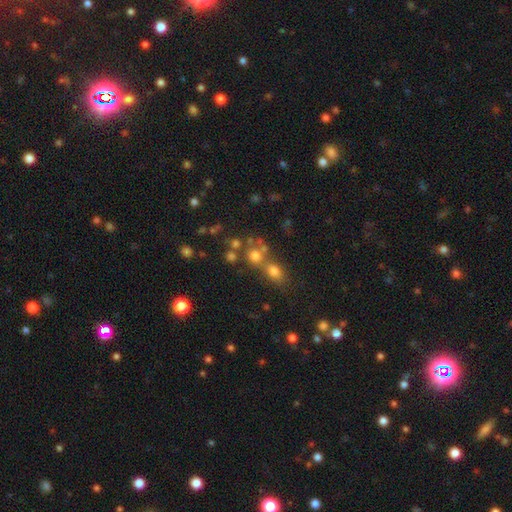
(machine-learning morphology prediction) The model was most divided on "merging": none: 47%, merger: 40%, minor disturbance: 8%, major disturbance: 5%. More confident: how rounded — round (80%); smooth or featured — smooth (65%).